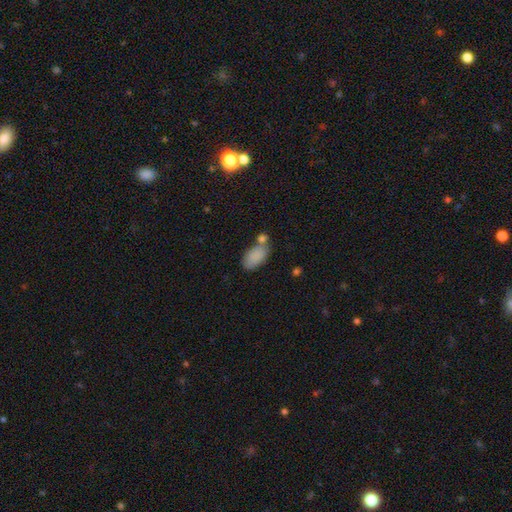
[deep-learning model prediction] This appears to be a smooth galaxy with no disk features (86%) that is in between round and cigar-shaped (93%). Merging: none (50%).